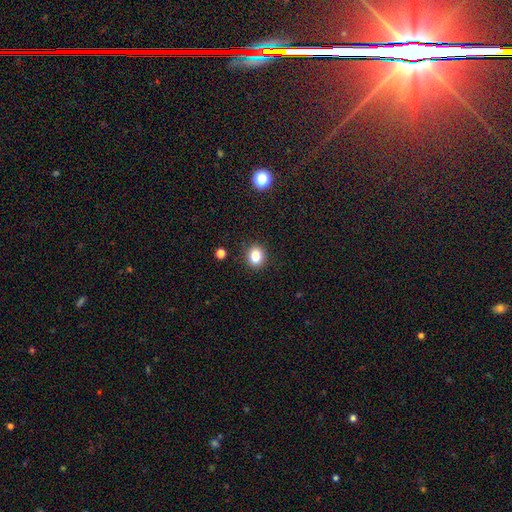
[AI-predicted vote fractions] smooth 83%, star or artifact 12%, featured or disk 5%. Down the decision tree: how rounded — round (63%); merging — none (89%).